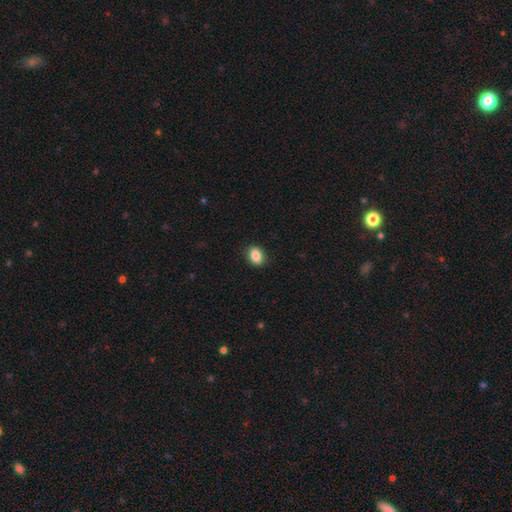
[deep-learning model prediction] This appears to be a smooth galaxy with no disk features (86%) that is in between round and cigar-shaped (68%). Merging: none (88%).